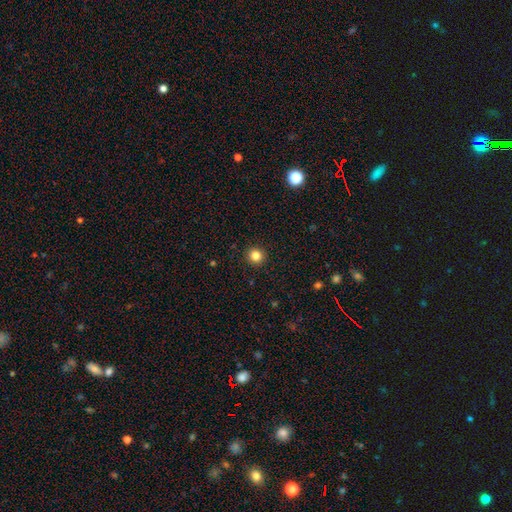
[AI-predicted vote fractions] Smooth or featured? Predicted: smooth (p=0.83). How rounded? Predicted: round (p=0.93). Merging? Predicted: none (p=0.93).